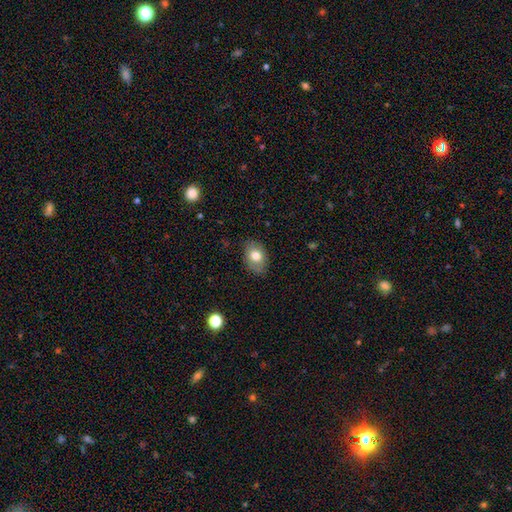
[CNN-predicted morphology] smooth 75%, featured or disk 17%, star or artifact 8%. Down the decision tree: how rounded — in between (78%); merging — none (81%).